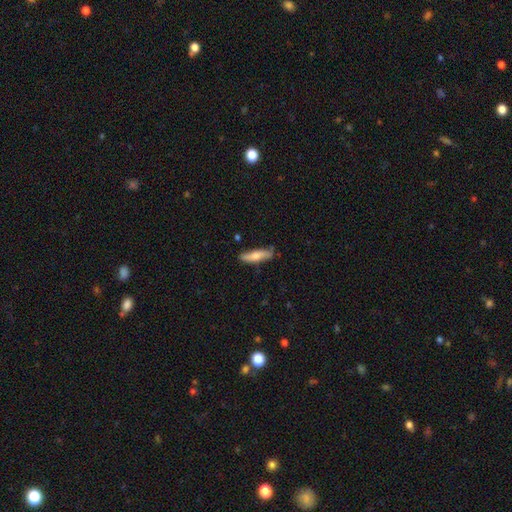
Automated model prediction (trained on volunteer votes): A smooth galaxy with no disk features (65%) that is cigar-shaped (72%). Merging: none (79%).